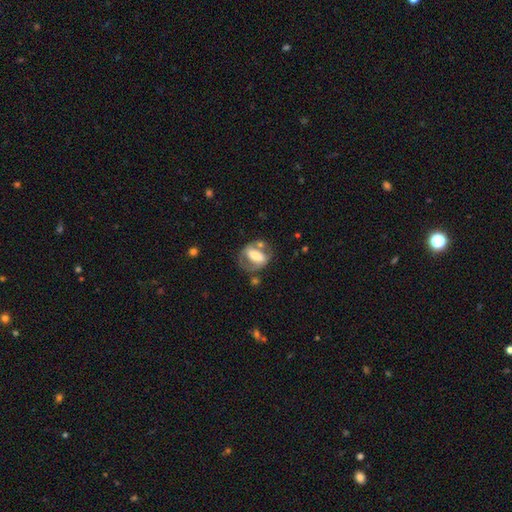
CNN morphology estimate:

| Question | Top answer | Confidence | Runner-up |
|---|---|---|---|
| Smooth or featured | featured or disk | 56% | smooth (37%) |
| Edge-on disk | no | 91% | yes (9%) |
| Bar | strong | 47% | no (26%) |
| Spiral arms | no | 58% | yes (42%) |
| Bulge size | moderate | 51% | large (24%) |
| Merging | none | 50% | minor disturbance (21%) |